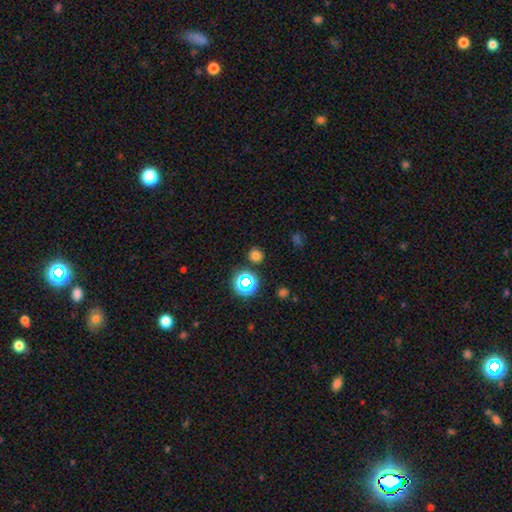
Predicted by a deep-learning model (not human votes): Smooth or featured? smooth (71%)
How rounded? round (89%)
Merging? none (86%)